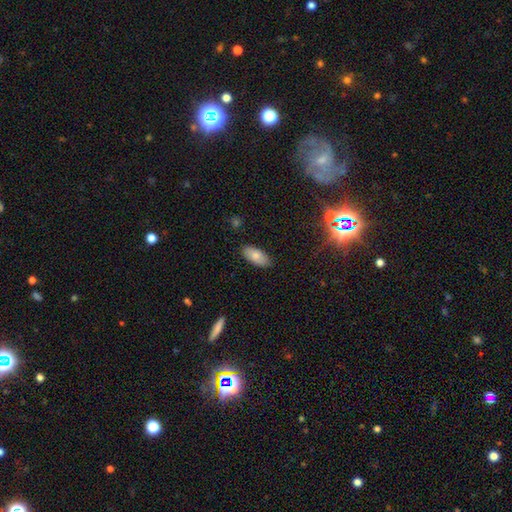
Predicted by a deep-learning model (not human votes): Smooth or featured? smooth (80%)
How rounded? in between (92%)
Merging? none (86%)